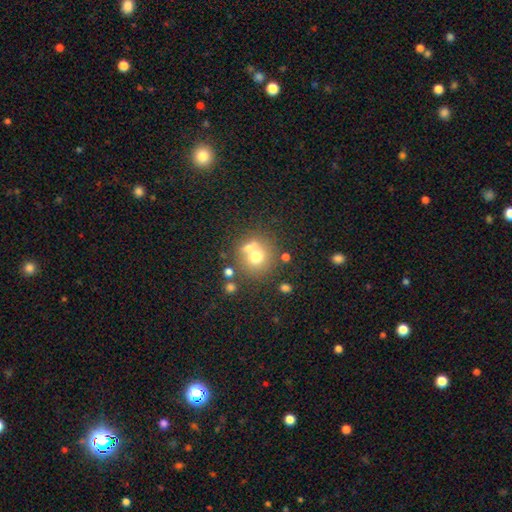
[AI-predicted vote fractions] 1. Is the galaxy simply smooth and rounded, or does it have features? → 67% smooth, 19% featured or disk, 15% star or artifact.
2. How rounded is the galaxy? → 88% round, 11% in between, 1% cigar-shaped.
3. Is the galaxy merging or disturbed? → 56% none, 30% merger, 10% minor disturbance, 5% major disturbance.